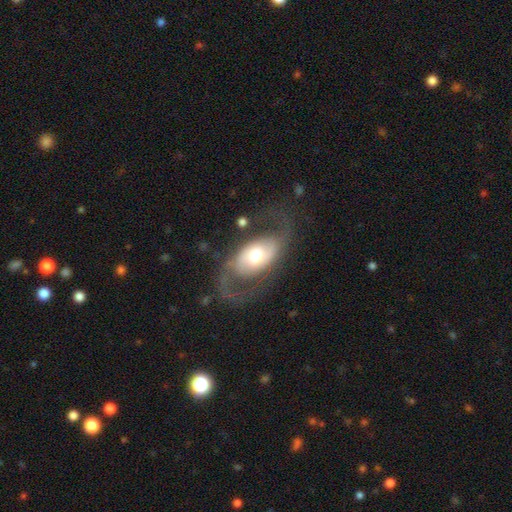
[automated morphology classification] smooth_or_featured: featured or disk (p=0.71) [alt: smooth p=0.23]
disk_edge_on: no (p=0.92) [alt: yes p=0.08]
bar: no (p=0.58) [alt: weak p=0.27]
has_spiral_arms: yes (p=0.76) [alt: no p=0.24]
bulge_size: moderate (p=0.61) [alt: large p=0.27]
merging: none (p=0.63) [alt: major disturbance p=0.19]